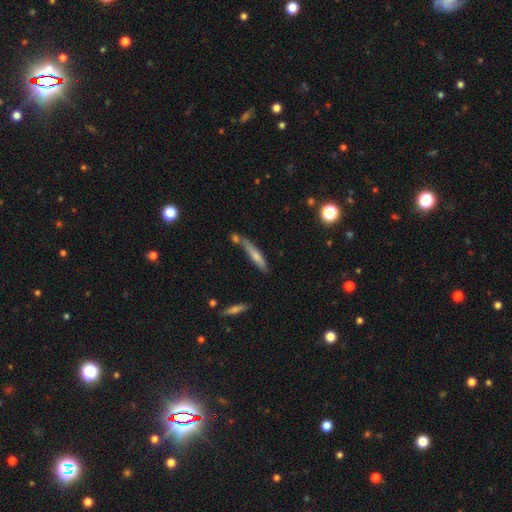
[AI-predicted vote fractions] Q: Smooth or featured?
A: smooth (63%); runner-up: featured or disk (31%)
Q: How rounded?
A: cigar-shaped (89%); runner-up: in between (9%)
Q: Merging?
A: none (61%); runner-up: minor disturbance (19%)